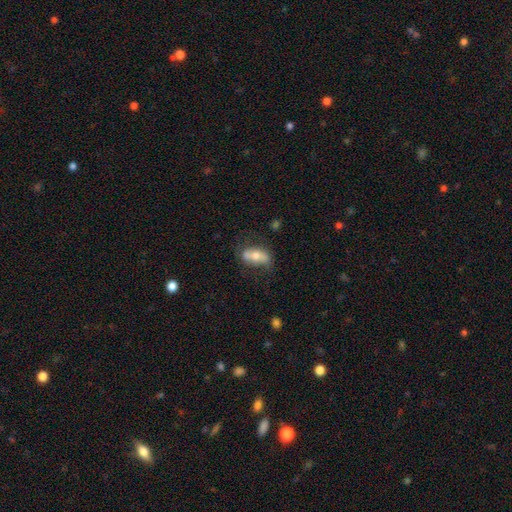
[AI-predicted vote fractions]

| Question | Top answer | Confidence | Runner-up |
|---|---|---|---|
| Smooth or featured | smooth | 50% | featured or disk (42%) |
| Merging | none | 58% | minor disturbance (24%) |